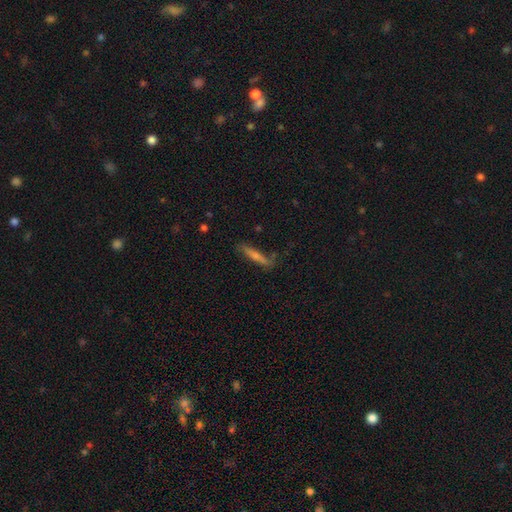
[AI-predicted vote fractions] Morphology: type=smooth (47%); merging=none (73%).